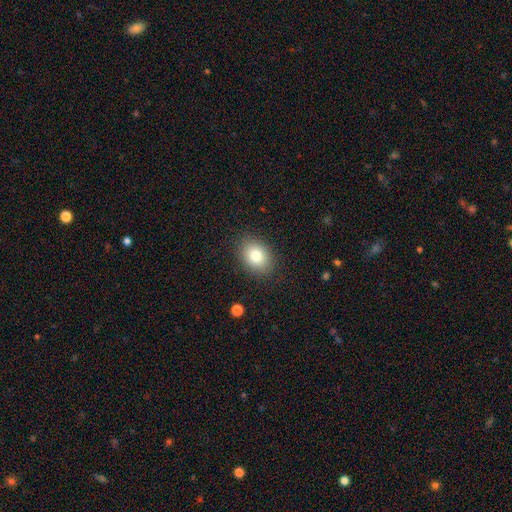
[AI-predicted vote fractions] Morphology: type=smooth (81%); roundness=in between (63%); merging=none (87%).